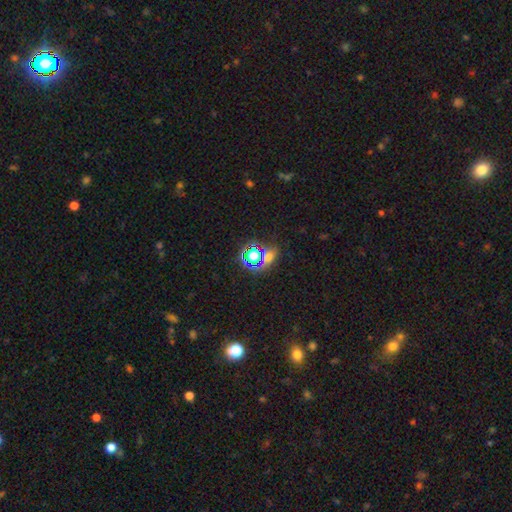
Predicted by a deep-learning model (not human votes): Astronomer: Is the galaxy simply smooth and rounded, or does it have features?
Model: star or artifact — 52% (runner-up: smooth, 38%).